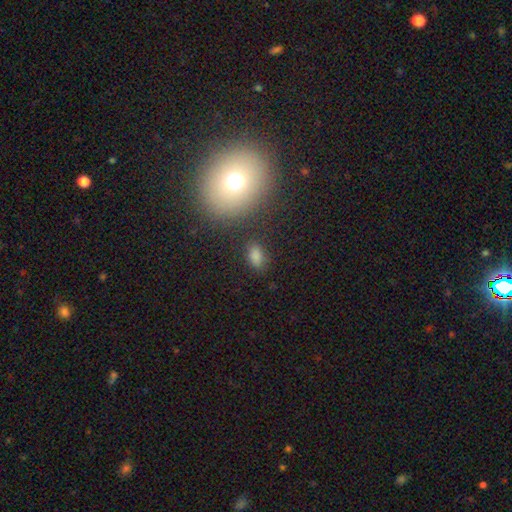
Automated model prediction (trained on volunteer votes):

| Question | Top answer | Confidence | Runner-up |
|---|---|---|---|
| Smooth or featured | smooth | 73% | star or artifact (19%) |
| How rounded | in between | 80% | round (16%) |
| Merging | none | 78% | minor disturbance (12%) |